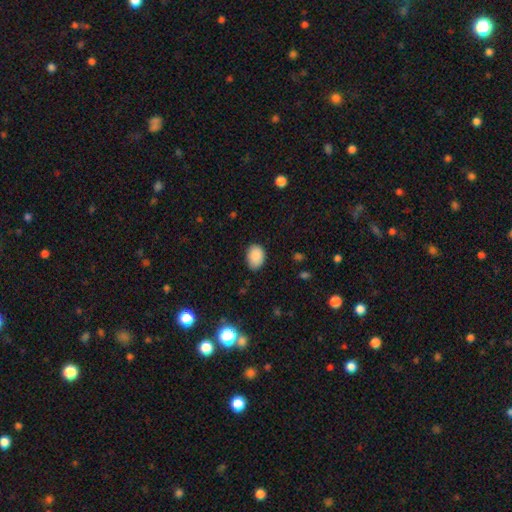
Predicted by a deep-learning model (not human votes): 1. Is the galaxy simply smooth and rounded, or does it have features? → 88% smooth, 8% star or artifact, 4% featured or disk.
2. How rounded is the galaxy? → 76% in between, 23% round, 1% cigar-shaped.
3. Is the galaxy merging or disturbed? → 77% none, 18% minor disturbance, 3% major disturbance, 1% merger.